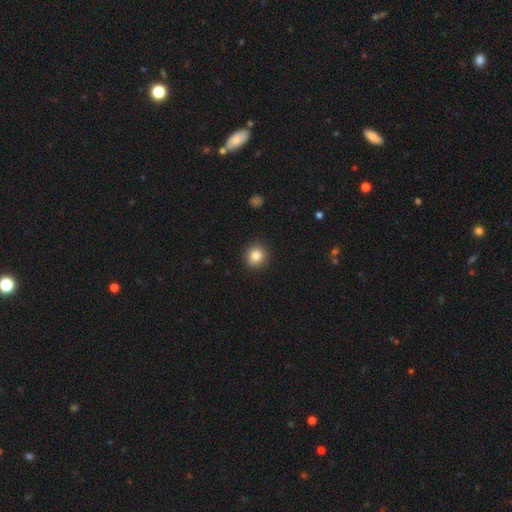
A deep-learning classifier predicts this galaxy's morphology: Smooth or featured?
  - smooth: 83% *
  - star or artifact: 10%
  - featured or disk: 6%
How rounded?
  - round: 89% *
  - in between: 10%
  - cigar-shaped: 1%
Merging?
  - none: 90% *
  - minor disturbance: 7%
  - major disturbance: 2%
  - merger: 1%